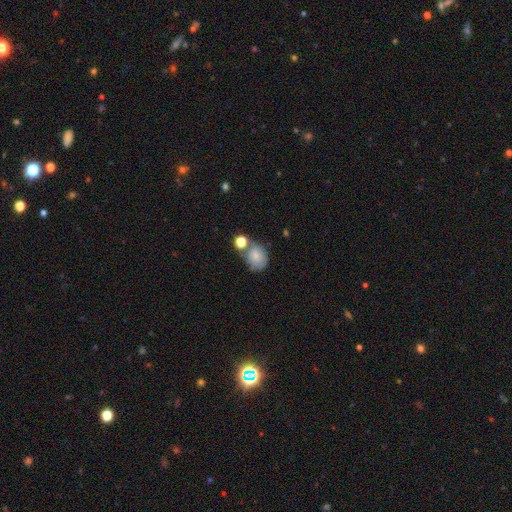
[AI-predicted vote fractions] Smooth or featured: smooth — 68% (featured or disk — 22%)
How rounded: round — 56% (in between — 43%)
Merging: none — 43% (merger — 29%)